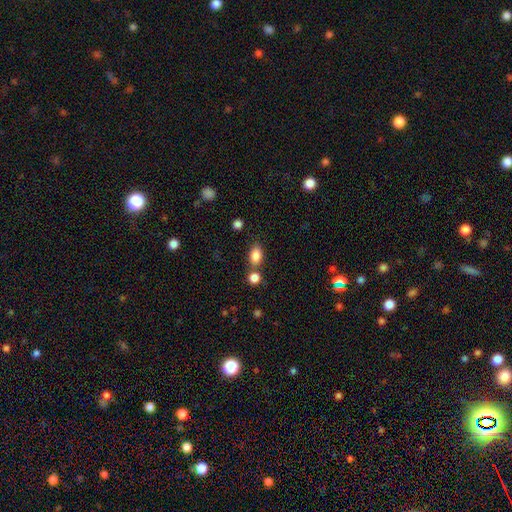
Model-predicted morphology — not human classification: Smooth or featured? Predicted: smooth (p=0.85). How rounded? Predicted: in between (p=0.83). Merging? Predicted: none (p=0.65).